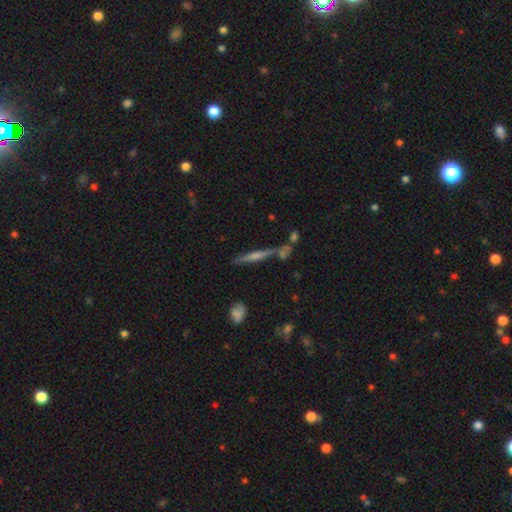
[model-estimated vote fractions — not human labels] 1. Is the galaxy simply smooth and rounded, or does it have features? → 66% featured or disk, 25% smooth, 9% star or artifact.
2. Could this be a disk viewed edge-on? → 96% yes, 4% no.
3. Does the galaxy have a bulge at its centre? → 65% rounded, 21% none, 14% boxy.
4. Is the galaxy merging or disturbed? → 74% none, 12% merger, 11% minor disturbance, 3% major disturbance.